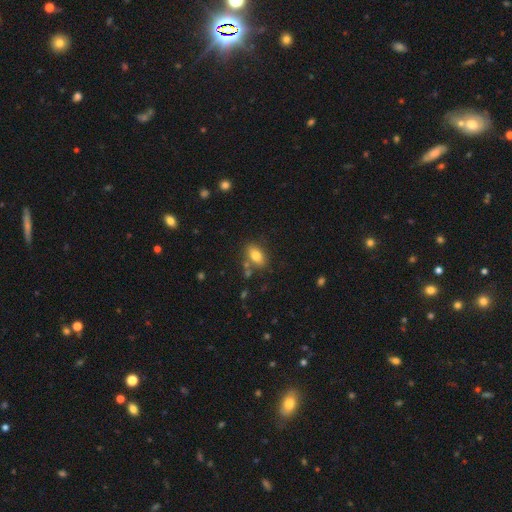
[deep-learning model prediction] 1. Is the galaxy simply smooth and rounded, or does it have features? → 80% smooth, 11% featured or disk, 9% star or artifact.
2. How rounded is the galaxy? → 86% in between, 11% round, 4% cigar-shaped.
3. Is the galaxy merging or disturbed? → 73% none, 14% minor disturbance, 9% merger, 4% major disturbance.